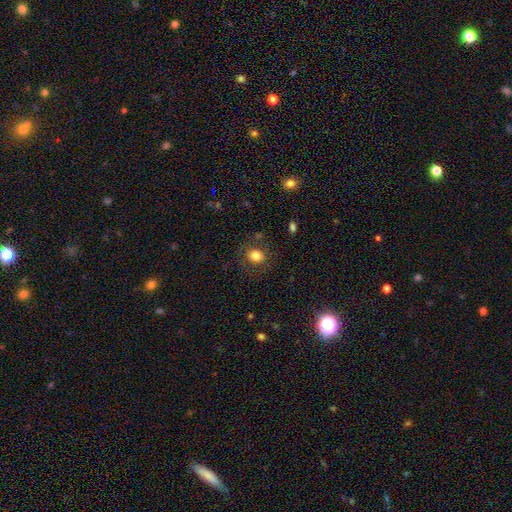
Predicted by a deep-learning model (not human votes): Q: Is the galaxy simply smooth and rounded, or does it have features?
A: smooth — 79%.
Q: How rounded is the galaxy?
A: round — 71%.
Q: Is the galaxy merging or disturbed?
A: none — 80%.